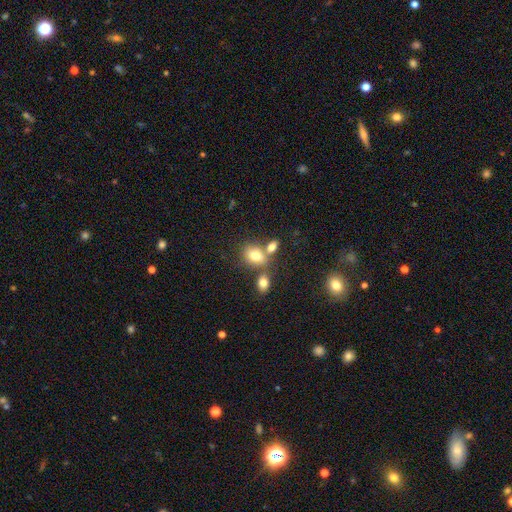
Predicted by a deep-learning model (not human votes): The model was most divided on "merging": none: 47%, merger: 36%, minor disturbance: 12%, major disturbance: 5%. More confident: smooth or featured — smooth (77%); how rounded — in between (71%).